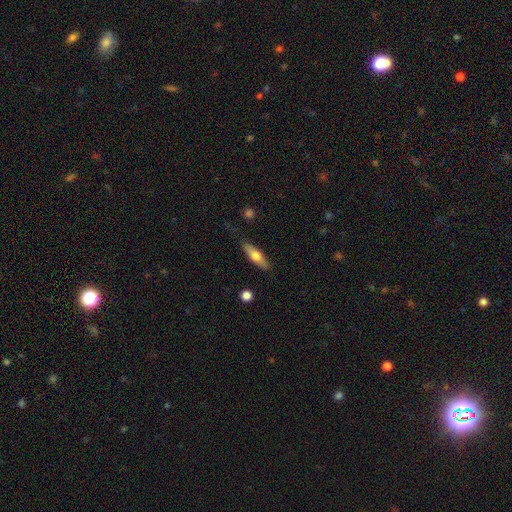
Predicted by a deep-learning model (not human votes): A smooth galaxy with no disk features (56%) that is cigar-shaped (63%). Merging: none (82%).